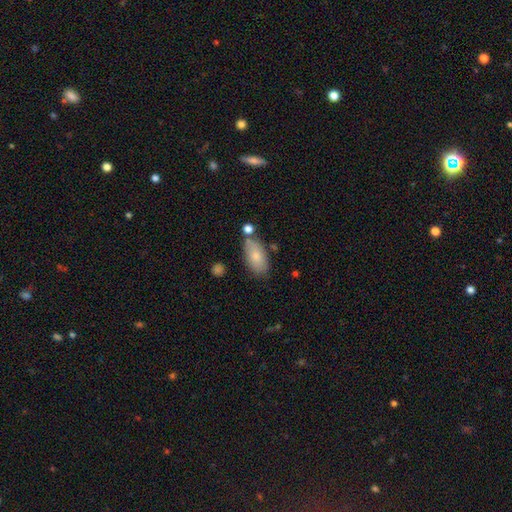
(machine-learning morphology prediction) Smooth or featured? smooth (78%)
How rounded? in between (92%)
Merging? none (70%)